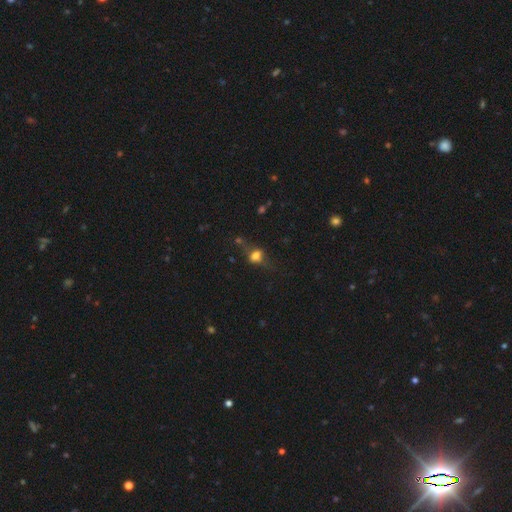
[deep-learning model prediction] Smooth or featured?
  - smooth: 57% *
  - featured or disk: 27%
  - star or artifact: 16%
How rounded?
  - in between: 51% *
  - round: 42%
  - cigar-shaped: 7%
Merging?
  - none: 55% *
  - minor disturbance: 22%
  - major disturbance: 17%
  - merger: 7%